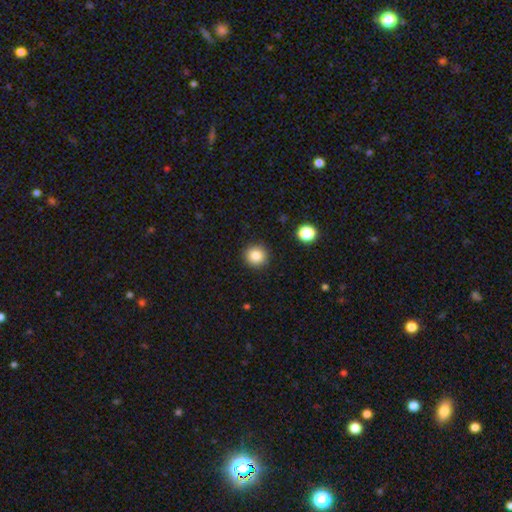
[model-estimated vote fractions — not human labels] Smooth or featured? Predicted: smooth (p=0.84). How rounded? Predicted: round (p=0.94). Merging? Predicted: none (p=0.91).